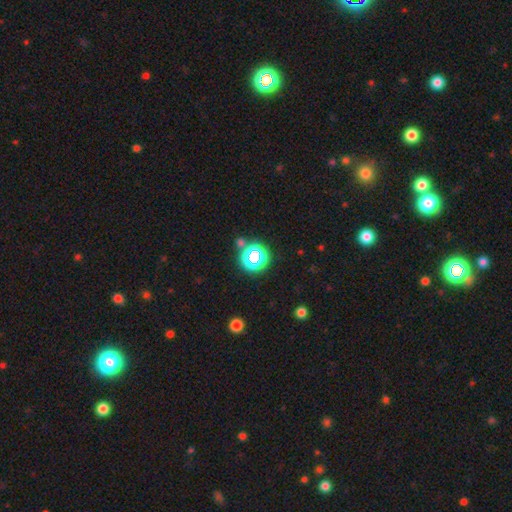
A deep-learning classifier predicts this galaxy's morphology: Smooth or featured?
  - star or artifact: 49% *
  - smooth: 45%
  - featured or disk: 5%